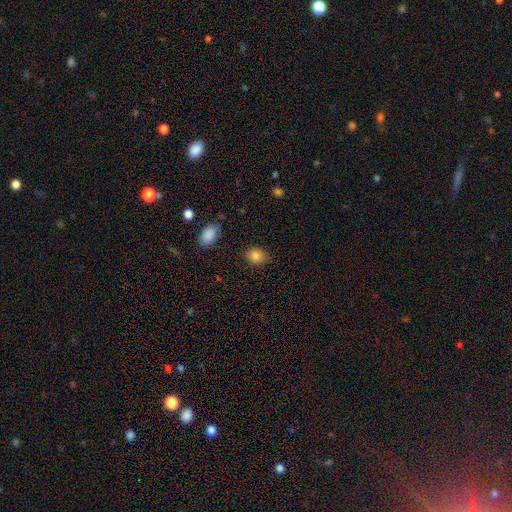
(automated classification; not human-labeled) Overall: smooth (84%). How rounded: round (50%; in between 49%). Merging: none (82%).